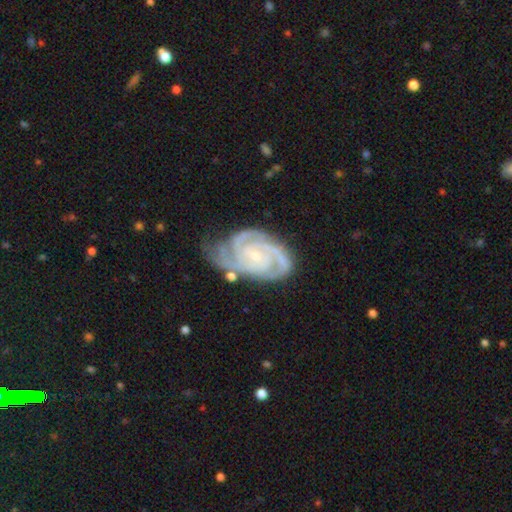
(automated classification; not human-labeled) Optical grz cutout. It shows a featured or disk galaxy (91%) with no bar (64%), 3 (45%) tight (73%) spiral arms (99%) and a small central bulge (77%). Merging: none (62%).